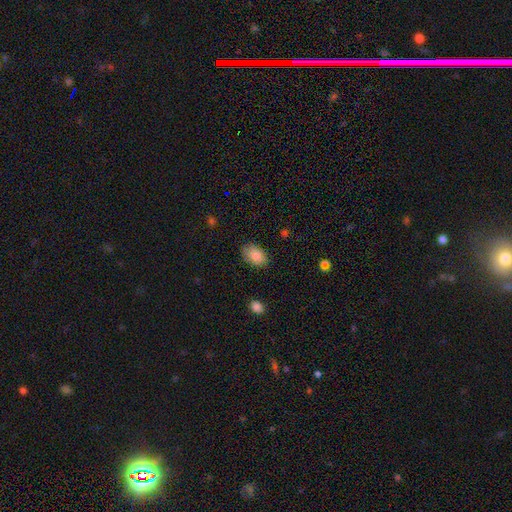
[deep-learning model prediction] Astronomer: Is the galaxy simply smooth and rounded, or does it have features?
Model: smooth — 86%.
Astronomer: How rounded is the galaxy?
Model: in between — 87%.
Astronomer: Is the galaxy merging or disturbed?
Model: none — 82%.